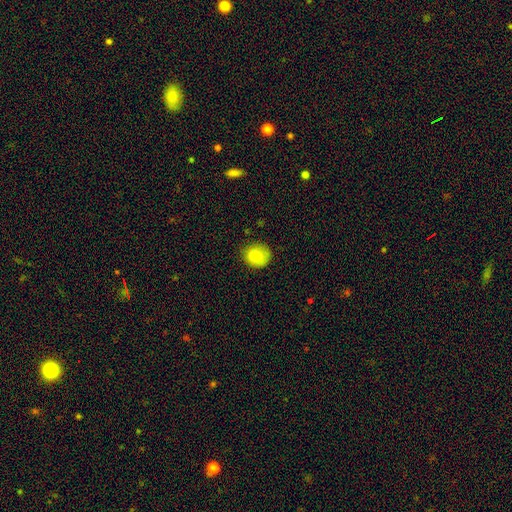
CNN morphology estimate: This appears to be a smooth galaxy with no disk features (85%) that is round (78%). Merging: none (76%).